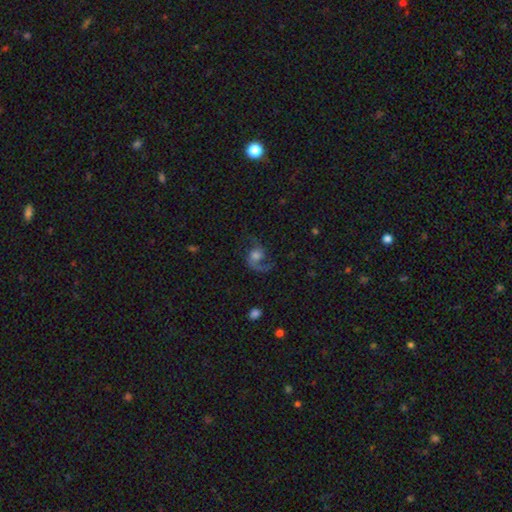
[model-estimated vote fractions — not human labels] featured or disk 73%, smooth 18%, star or artifact 9%. Down the decision tree: edge-on disk — no (98%); bar — no (67%); spiral arms — yes (94%); spiral arm count — 2 (63%); spiral winding — loose (59%); bulge size — moderate (44%); merging — none (55%).